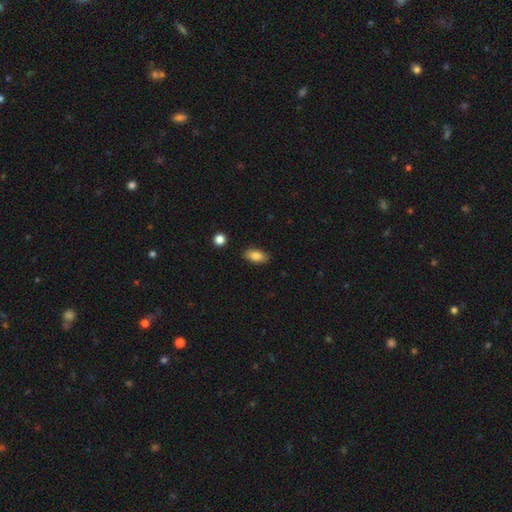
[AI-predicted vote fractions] This is clearly a smooth galaxy (85%). How rounded: clearly in between (90%). Merging: clearly none (86%).